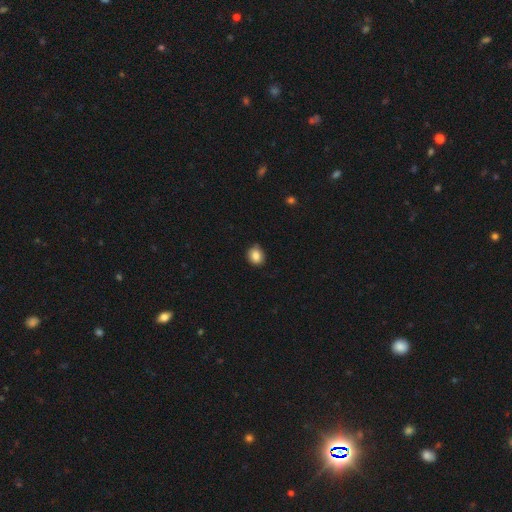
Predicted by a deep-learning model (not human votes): A smooth galaxy with no disk features (85%) that is round (66%). Merging: none (81%).